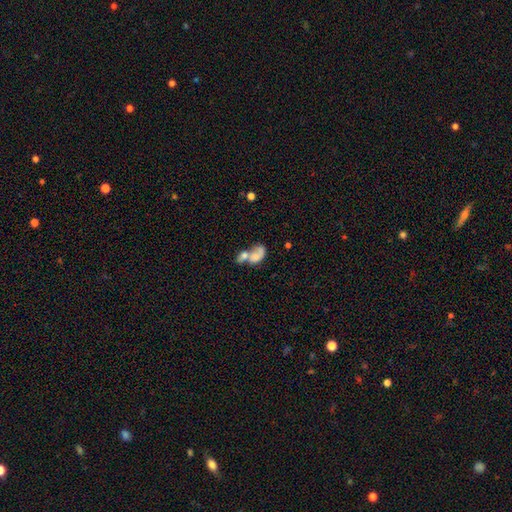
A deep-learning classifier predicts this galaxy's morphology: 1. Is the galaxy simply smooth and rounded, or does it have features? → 54% smooth, 37% featured or disk, 9% star or artifact.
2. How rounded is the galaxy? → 80% in between, 17% round, 3% cigar-shaped.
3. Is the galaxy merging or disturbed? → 69% merger, 12% none, 11% major disturbance, 7% minor disturbance.